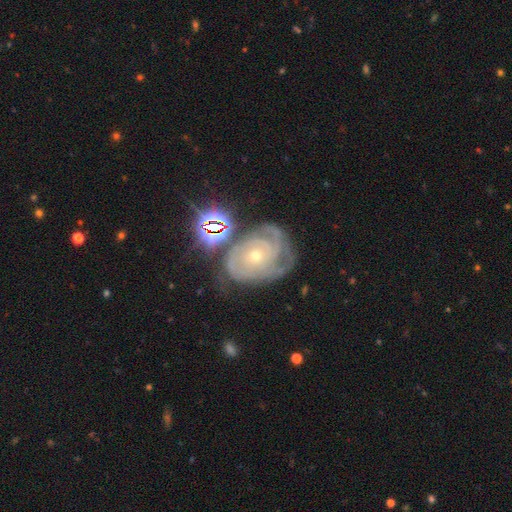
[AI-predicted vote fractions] Q: Smooth or featured?
A: featured or disk (84%); runner-up: star or artifact (9%)
Q: Edge-on disk?
A: no (97%); runner-up: yes (3%)
Q: Bar?
A: no (81%); runner-up: weak (15%)
Q: Spiral arms?
A: yes (96%); runner-up: no (4%)
Q: Spiral winding?
A: tight (74%); runner-up: medium (22%)
Q: Spiral arm count?
A: 3 (29%); runner-up: can't tell (27%)
Q: Bulge size?
A: small (66%); runner-up: moderate (31%)
Q: Merging?
A: none (57%); runner-up: minor disturbance (23%)